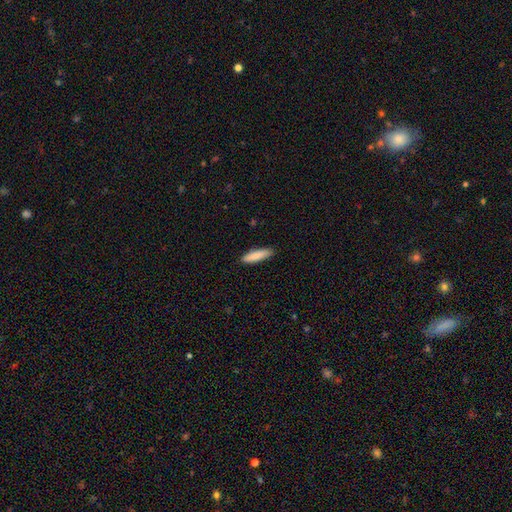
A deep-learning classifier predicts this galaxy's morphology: Smooth or featured? smooth (87%)
How rounded? cigar-shaped (72%)
Merging? none (88%)